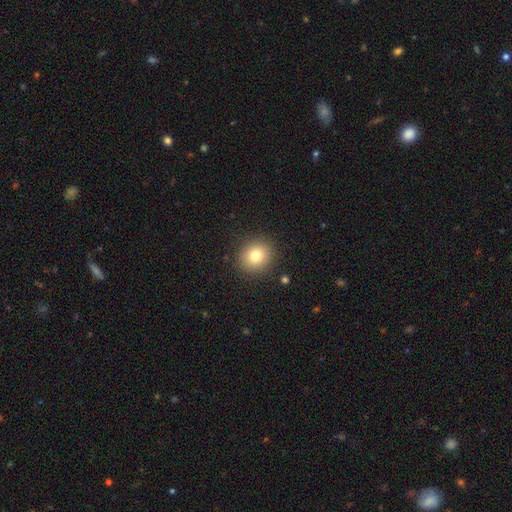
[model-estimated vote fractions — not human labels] Smooth or featured? Predicted: smooth (p=0.79). How rounded? Predicted: round (p=0.82). Merging? Predicted: none (p=0.89).